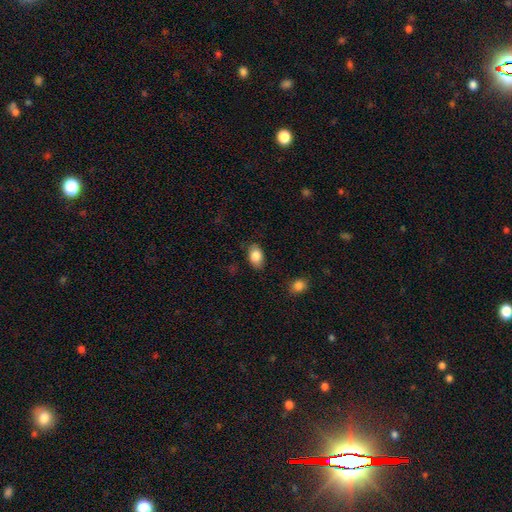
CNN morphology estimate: smooth-or-featured: smooth: 85% | featured or disk: 8% | star or artifact: 7%
  how-rounded: in between: 87% | round: 11% | cigar-shaped: 1%
  merging: none: 83% | minor disturbance: 13% | major disturbance: 3% | merger: 1%